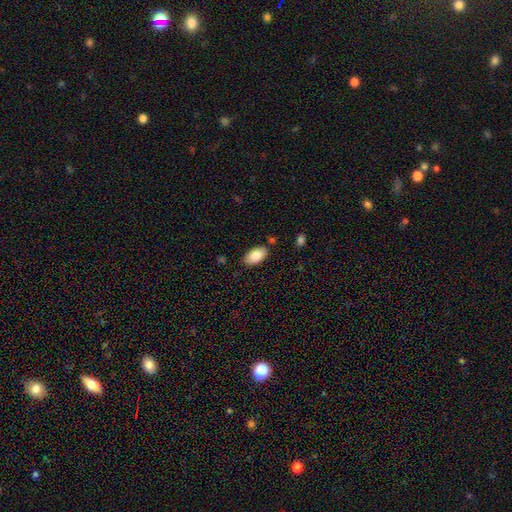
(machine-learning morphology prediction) smooth-or-featured: smooth: 82% | featured or disk: 11% | star or artifact: 7%
  how-rounded: in between: 95% | round: 3% | cigar-shaped: 2%
  merging: none: 84% | minor disturbance: 11% | merger: 3% | major disturbance: 2%